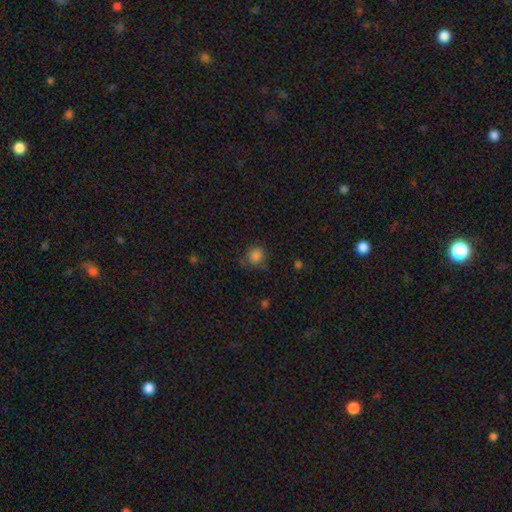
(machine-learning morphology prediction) A smooth galaxy with no disk features (82%) that is round (75%).

Vote fractions:
- Smooth or featured? smooth: 82% / star or artifact: 12% / featured or disk: 6%
- How rounded? round: 75% / in between: 24% / cigar-shaped: 1%
- Merging? none: 65% / minor disturbance: 23% / major disturbance: 10% / merger: 2%